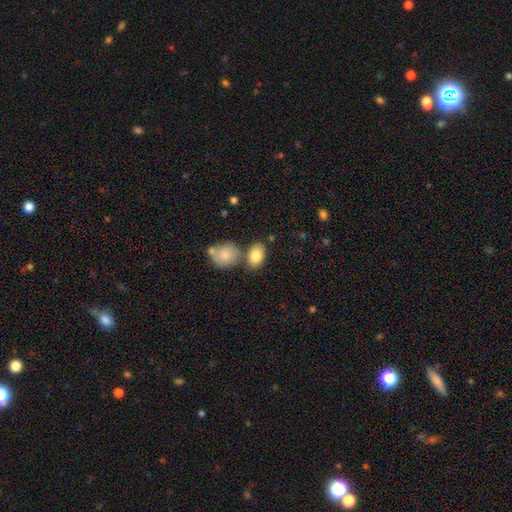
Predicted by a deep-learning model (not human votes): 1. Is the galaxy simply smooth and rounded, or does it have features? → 83% smooth, 10% featured or disk, 7% star or artifact.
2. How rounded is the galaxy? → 86% in between, 13% round, 2% cigar-shaped.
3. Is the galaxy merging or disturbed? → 62% none, 22% merger, 13% minor disturbance, 4% major disturbance.